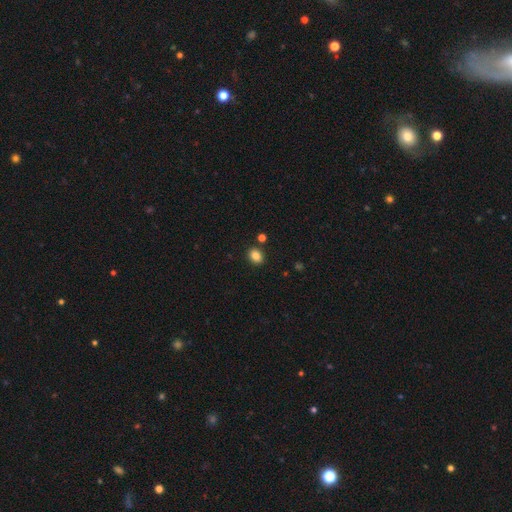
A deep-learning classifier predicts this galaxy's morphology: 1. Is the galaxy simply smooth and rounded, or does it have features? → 85% smooth, 10% star or artifact, 4% featured or disk.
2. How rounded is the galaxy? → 54% in between, 45% round, 1% cigar-shaped.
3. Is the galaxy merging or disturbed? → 86% none, 8% minor disturbance, 4% merger, 2% major disturbance.